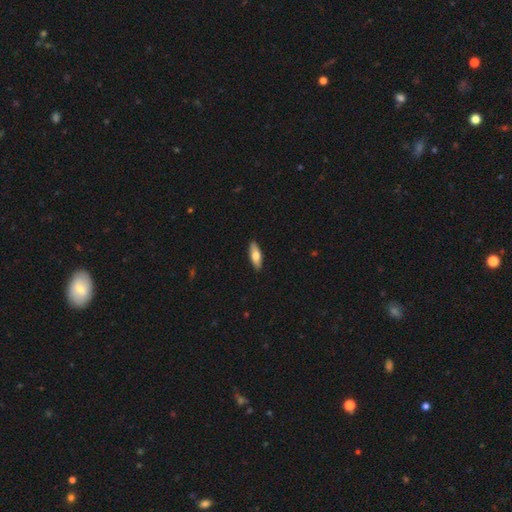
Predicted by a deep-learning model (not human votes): A smooth galaxy with no disk features (68%) that is in between round and cigar-shaped (60%).

Vote fractions:
- Smooth or featured? smooth: 68% / featured or disk: 26% / star or artifact: 6%
- How rounded? in between: 60% / cigar-shaped: 38% / round: 2%
- Merging? none: 89% / minor disturbance: 8% / major disturbance: 2% / merger: 1%